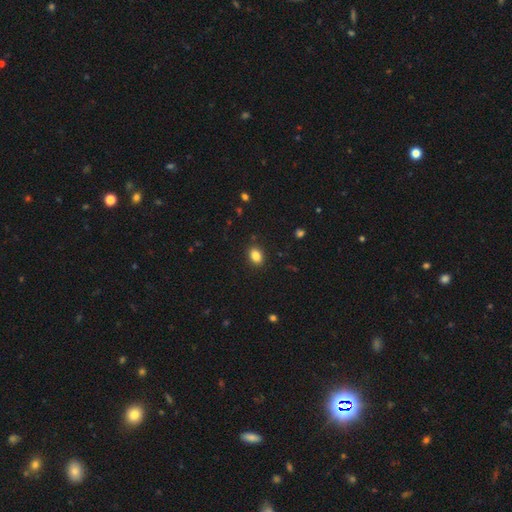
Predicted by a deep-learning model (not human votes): smooth 86%, star or artifact 10%, featured or disk 5%. Down the decision tree: how rounded — in between (77%); merging — none (88%).